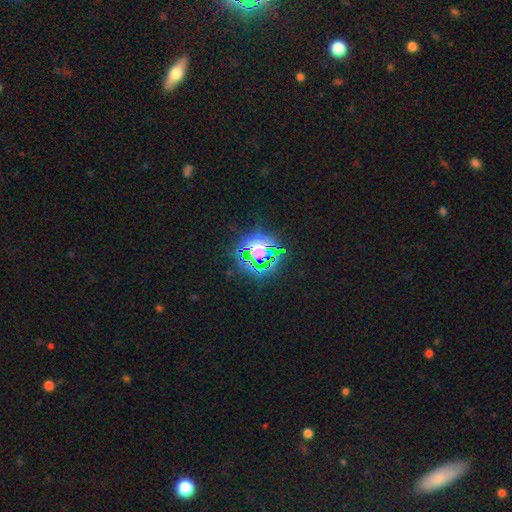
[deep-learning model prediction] This appears to be a star or artifact, not a galaxy (71%).